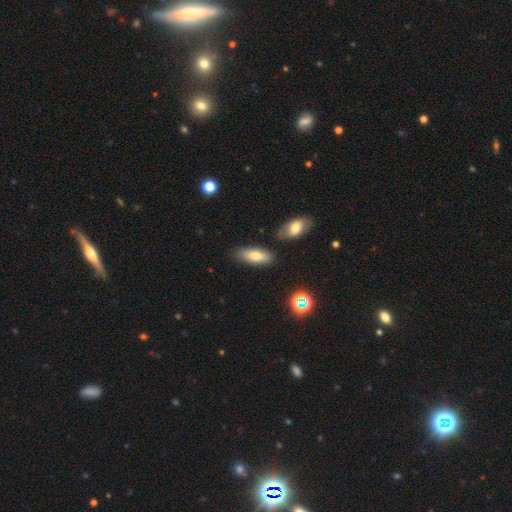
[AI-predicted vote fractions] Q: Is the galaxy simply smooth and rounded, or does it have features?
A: smooth — 78%.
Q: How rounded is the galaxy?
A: in between — 78%.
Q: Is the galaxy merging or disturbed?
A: none — 79%.